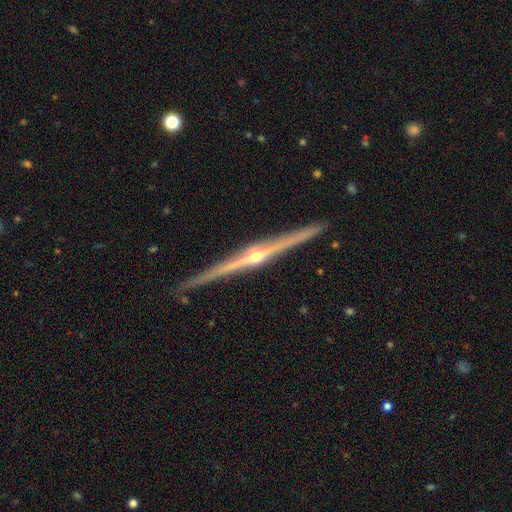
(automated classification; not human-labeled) A featured or disk galaxy (89%) viewed edge-on (99%) with a rounded central bulge (93%). Merging: none (92%).